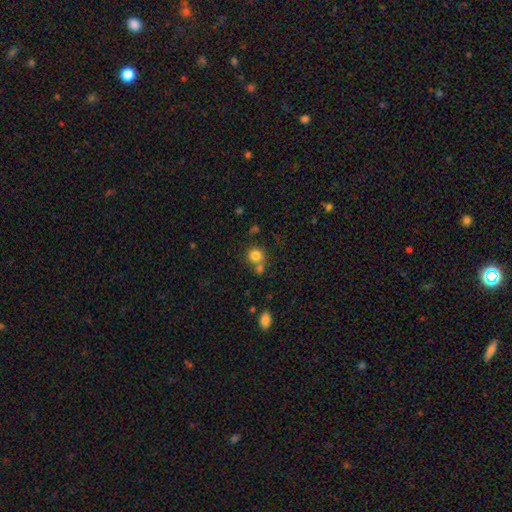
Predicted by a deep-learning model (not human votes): The model was most divided on "merging": none: 57%, merger: 31%, minor disturbance: 9%, major disturbance: 3%. More confident: how rounded — round (88%); smooth or featured — smooth (81%).